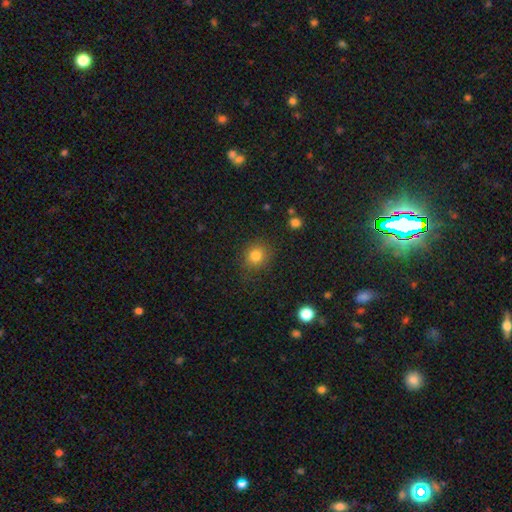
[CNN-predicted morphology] type=smooth (81%); roundness=round (80%); merging=none (84%).